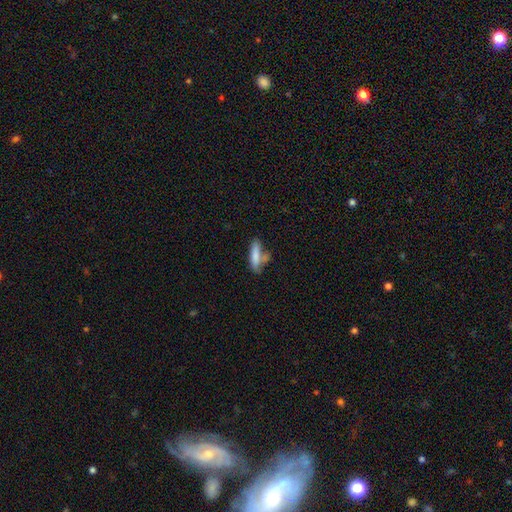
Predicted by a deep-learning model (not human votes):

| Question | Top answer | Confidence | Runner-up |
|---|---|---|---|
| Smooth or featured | smooth | 78% | featured or disk (15%) |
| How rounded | cigar-shaped | 63% | in between (35%) |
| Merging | none | 49% | merger (25%) |